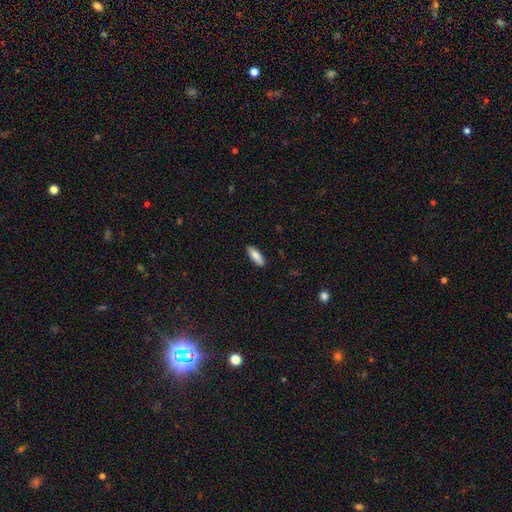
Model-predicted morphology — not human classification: Overall: smooth (83%). How rounded: in between (67%; cigar-shaped 32%). Merging: none (89%).